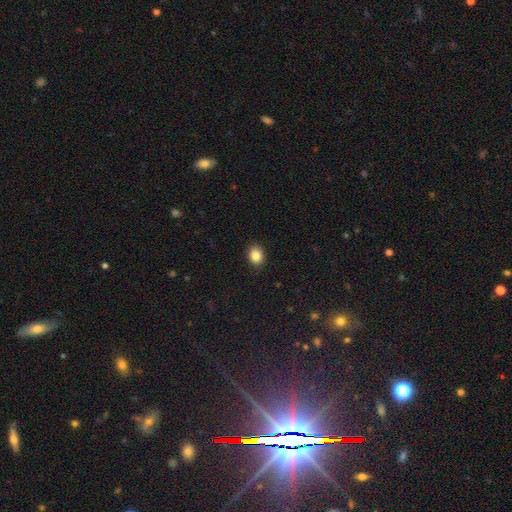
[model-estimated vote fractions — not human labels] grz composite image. It shows a smooth galaxy with no disk features (87%) that is in between round and cigar-shaped (50%, tied with round). Merging: none (89%).